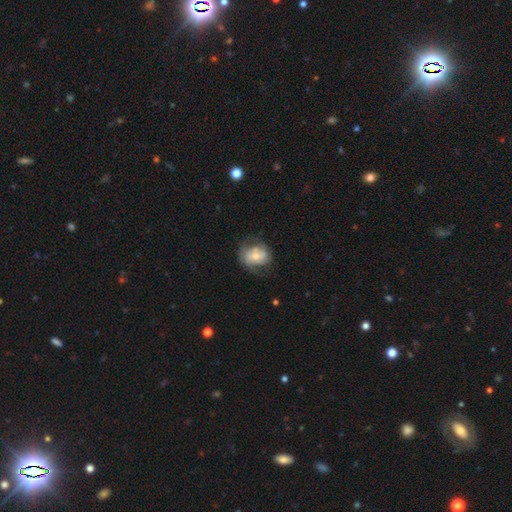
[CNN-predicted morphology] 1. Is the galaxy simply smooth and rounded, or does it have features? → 47% featured or disk, 46% smooth, 8% star or artifact.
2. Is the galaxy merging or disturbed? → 55% none, 27% minor disturbance, 15% major disturbance, 3% merger.